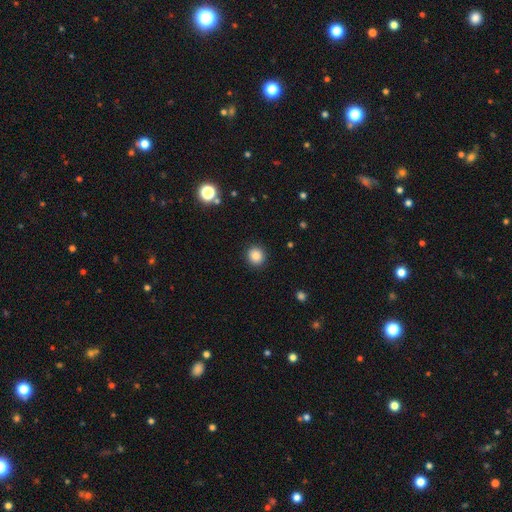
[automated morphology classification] type=smooth (86%); roundness=round (91%); merging=none (91%).